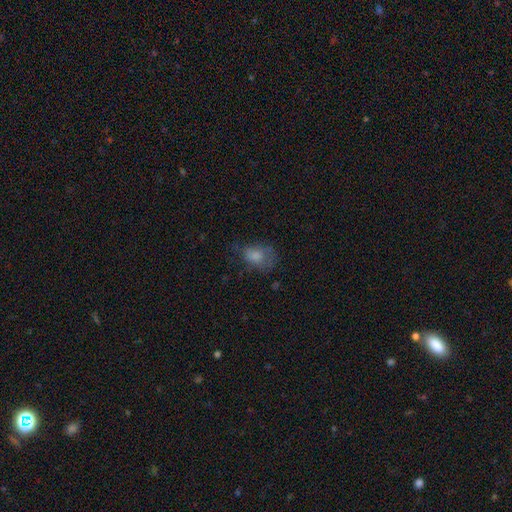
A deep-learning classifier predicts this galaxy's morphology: smooth_or_featured: smooth (p=0.71) [alt: featured or disk p=0.17]
how_rounded: in between (p=0.62) [alt: round p=0.36]
merging: none (p=0.42) [alt: minor disturbance p=0.28]